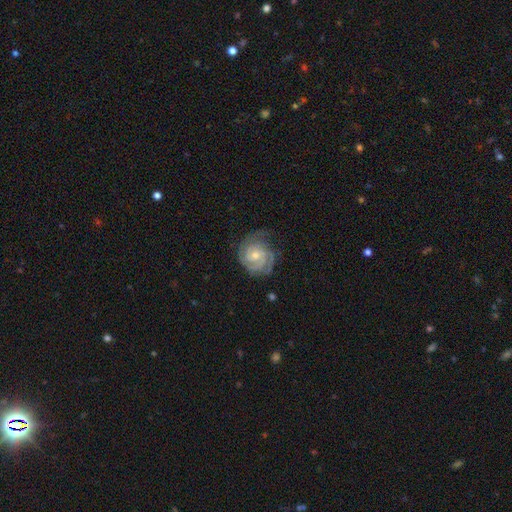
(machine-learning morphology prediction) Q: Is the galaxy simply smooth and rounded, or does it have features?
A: featured or disk — 89%.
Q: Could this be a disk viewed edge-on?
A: no — 98%.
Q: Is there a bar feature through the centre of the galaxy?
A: no — 61%.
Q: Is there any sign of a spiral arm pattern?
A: yes — 98%.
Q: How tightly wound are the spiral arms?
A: tight — 73%.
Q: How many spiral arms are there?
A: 3 — 35%.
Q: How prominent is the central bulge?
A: small — 54%.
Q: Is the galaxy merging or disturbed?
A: none — 71%.